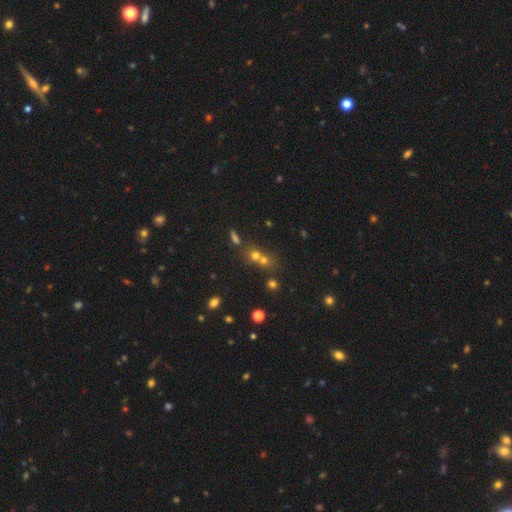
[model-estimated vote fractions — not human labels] Smooth or featured? smooth (60%)
How rounded? round (75%)
Merging? merger (52%)